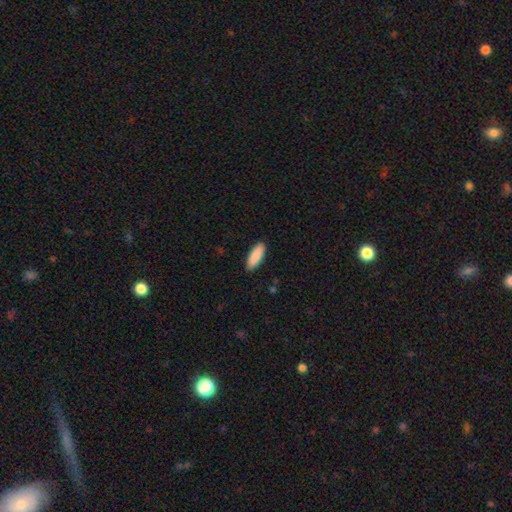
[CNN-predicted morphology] Smooth or featured?
  - smooth: 90% *
  - star or artifact: 5%
  - featured or disk: 5%
How rounded?
  - in between: 60% *
  - cigar-shaped: 38%
  - round: 2%
Merging?
  - none: 89% *
  - minor disturbance: 8%
  - major disturbance: 2%
  - merger: 1%